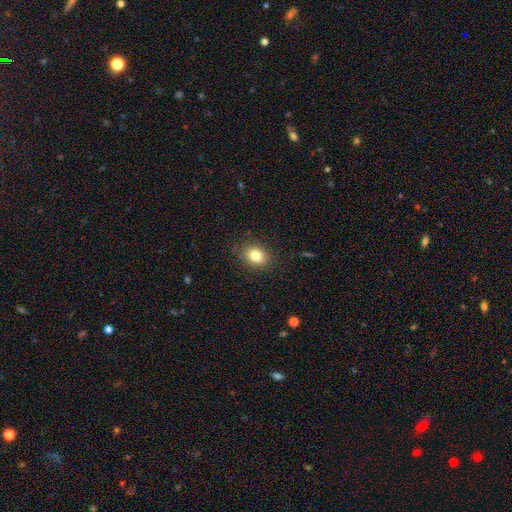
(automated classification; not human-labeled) Overall: smooth (81%). How rounded: in between (58%; round 41%). Merging: none (85%).